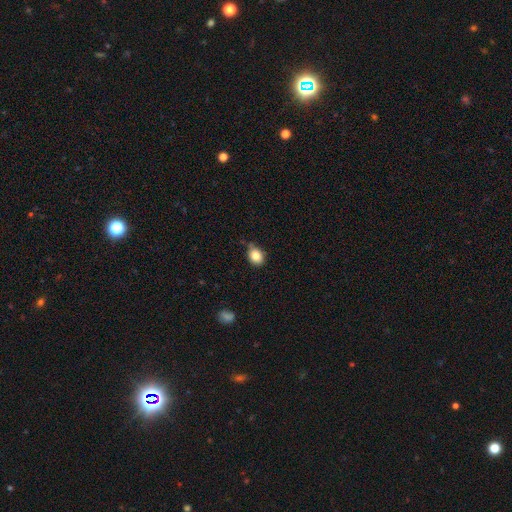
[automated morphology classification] smooth 83%, star or artifact 10%, featured or disk 7%. Down the decision tree: how rounded — round (52%); merging — none (63%).